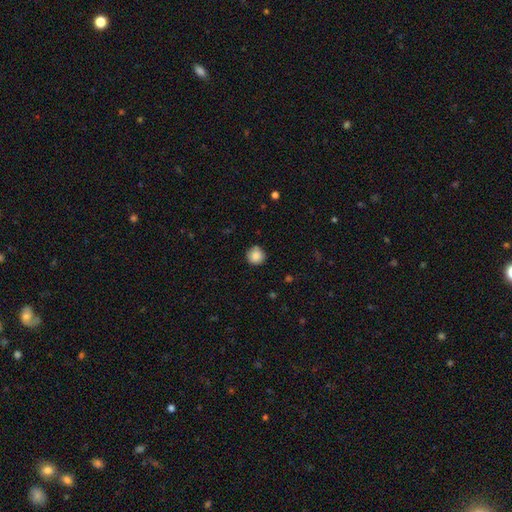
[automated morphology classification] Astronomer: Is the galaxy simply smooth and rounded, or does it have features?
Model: smooth — 86%.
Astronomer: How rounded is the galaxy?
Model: round — 94%.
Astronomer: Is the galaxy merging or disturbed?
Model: none — 85%.